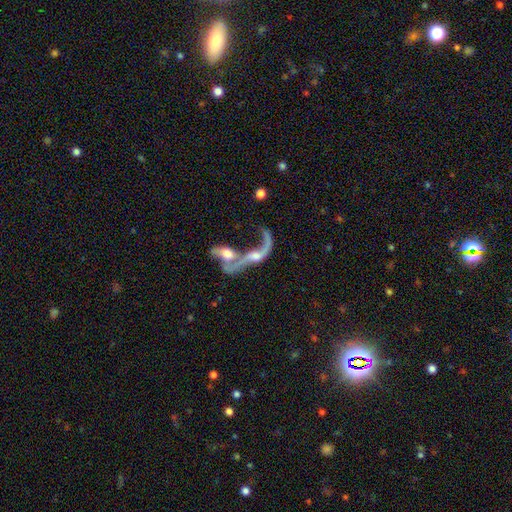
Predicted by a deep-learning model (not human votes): smooth-or-featured: featured or disk: 72% | smooth: 19% | star or artifact: 9%
  disk-edge-on: no: 87% | yes: 13%
    bar: no: 63% | weak: 27% | strong: 10%
    has-spiral-arms: yes: 70% | no: 30%
    bulge-size: moderate: 46% | small: 25% | none: 15% | large: 12% | dominant: 3%
  merging: merger: 75% | major disturbance: 12% | none: 9% | minor disturbance: 4%